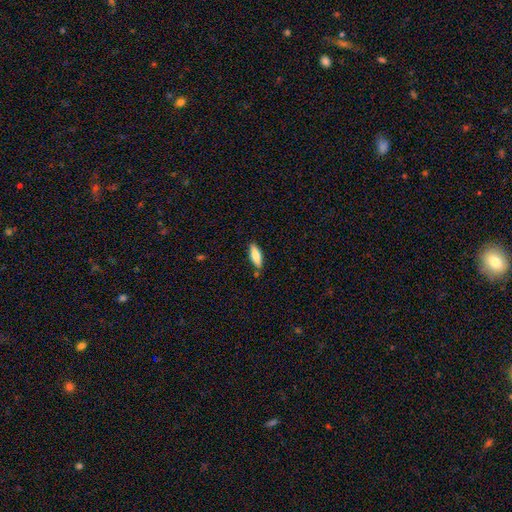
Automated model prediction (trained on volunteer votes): Overall: smooth (78%). How rounded: in between (52%; cigar-shaped 46%). Merging: none (77%).